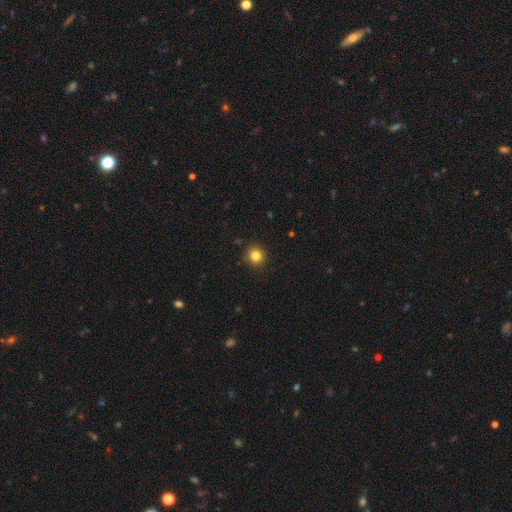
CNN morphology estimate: Smooth or featured? Predicted: smooth (p=0.83). How rounded? Predicted: round (p=0.92). Merging? Predicted: none (p=0.90).